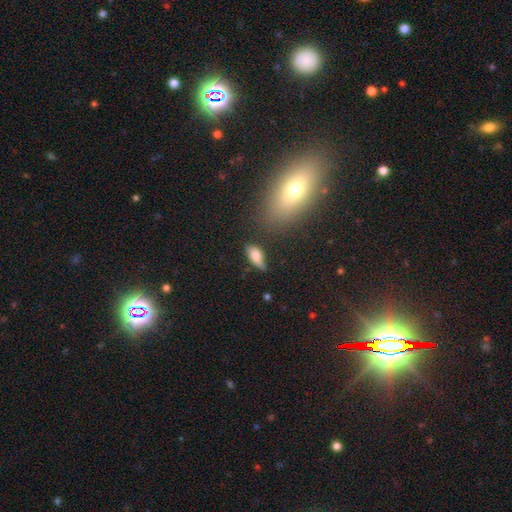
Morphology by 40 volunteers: A smooth galaxy with no disk features (85%) that is in between round and cigar-shaped (79%).

Vote fractions:
- Smooth or featured? smooth: 85% / featured or disk: 15% / star or artifact: 0%
- How rounded? in between: 79% / cigar-shaped: 21% / round: 0%
- Merging? none: 48% / minor disturbance: 40% / major disturbance: 8% / merger: 5%